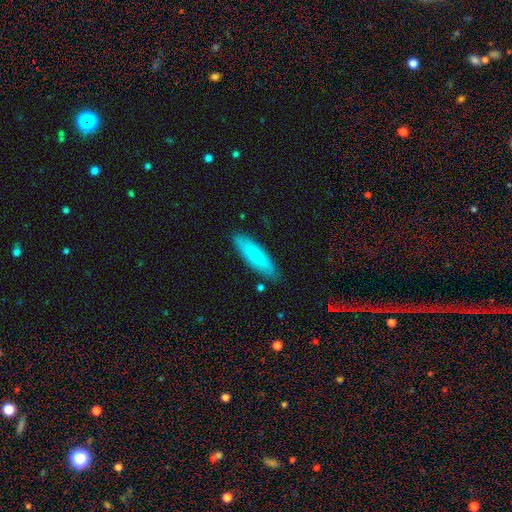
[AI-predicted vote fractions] smooth-or-featured: smooth: 78% | featured or disk: 16% | star or artifact: 6%
  how-rounded: cigar-shaped: 62% | in between: 37% | round: 1%
  merging: none: 85% | minor disturbance: 12% | major disturbance: 2% | merger: 1%